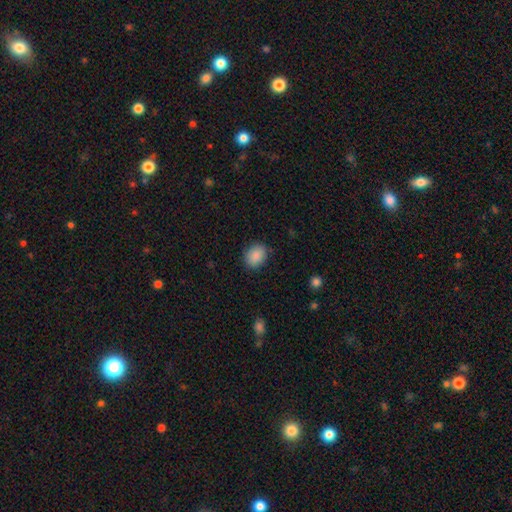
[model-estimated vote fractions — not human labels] Smooth or featured? smooth (89%)
How rounded? in between (55%)
Merging? none (84%)